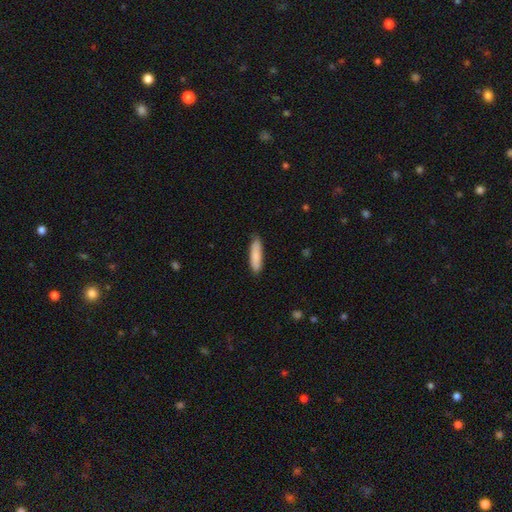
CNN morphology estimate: Smooth or featured? smooth (85%)
How rounded? cigar-shaped (71%)
Merging? none (83%)